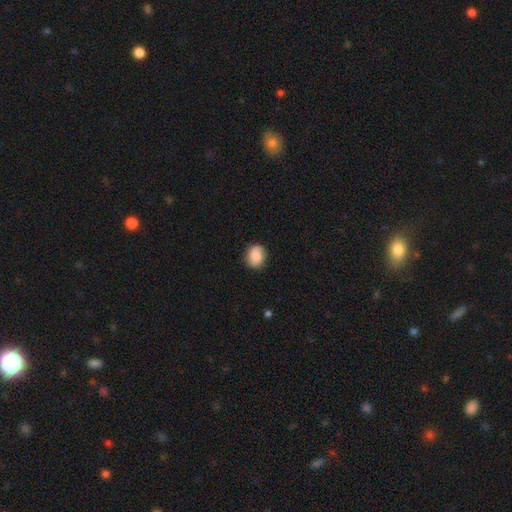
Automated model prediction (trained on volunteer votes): smooth 81%, featured or disk 11%, star or artifact 8%. Down the decision tree: how rounded — round (66%); merging — none (85%).